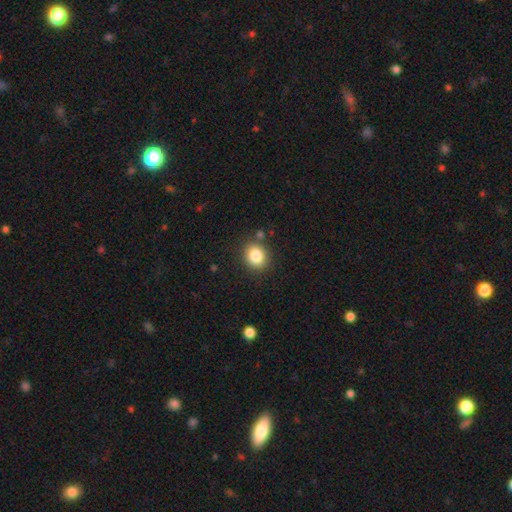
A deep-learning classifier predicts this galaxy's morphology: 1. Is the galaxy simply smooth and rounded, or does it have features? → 84% smooth, 10% star or artifact, 6% featured or disk.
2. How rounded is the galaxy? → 69% round, 31% in between, 1% cigar-shaped.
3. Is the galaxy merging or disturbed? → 85% none, 9% minor disturbance, 3% merger, 3% major disturbance.